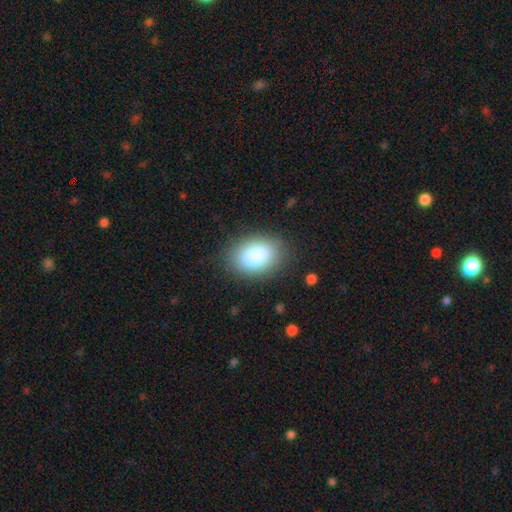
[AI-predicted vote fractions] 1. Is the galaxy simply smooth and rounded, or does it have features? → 85% smooth, 8% star or artifact, 7% featured or disk.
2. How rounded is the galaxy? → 77% in between, 22% round, 1% cigar-shaped.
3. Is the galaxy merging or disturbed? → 84% none, 11% minor disturbance, 4% major disturbance, 1% merger.